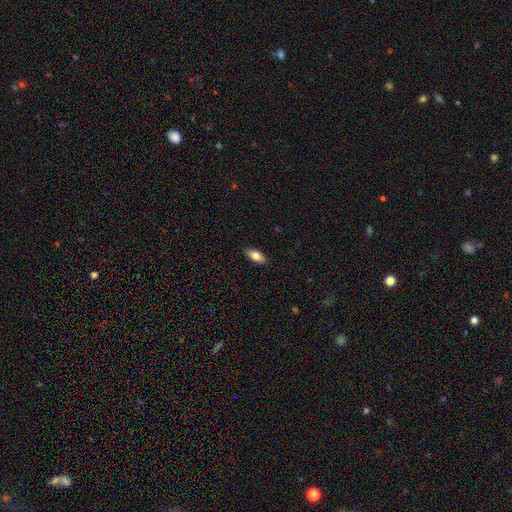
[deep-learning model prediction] Q: Smooth or featured?
A: smooth (79%); runner-up: featured or disk (14%)
Q: How rounded?
A: in between (82%); runner-up: cigar-shaped (15%)
Q: Merging?
A: none (88%); runner-up: minor disturbance (9%)